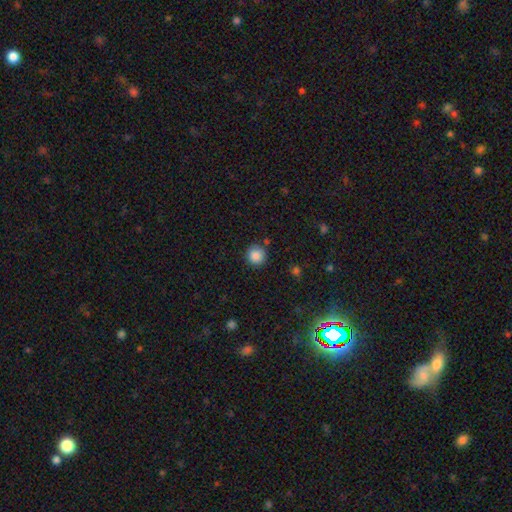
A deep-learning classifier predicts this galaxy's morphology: smooth-or-featured: smooth: 86% | star or artifact: 10% | featured or disk: 4%
  how-rounded: round: 93% | in between: 6% | cigar-shaped: 1%
  merging: none: 85% | minor disturbance: 9% | merger: 4% | major disturbance: 2%